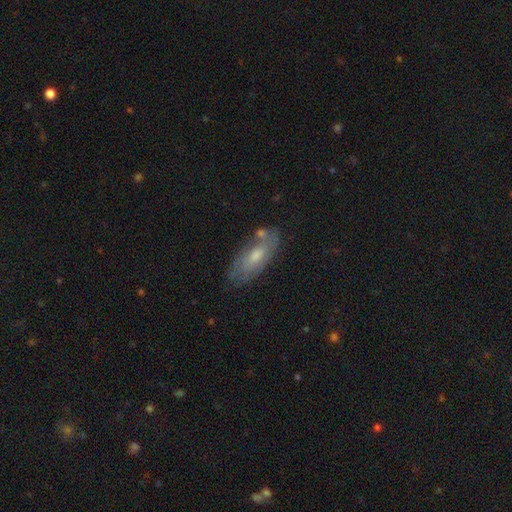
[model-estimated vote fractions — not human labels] smooth-or-featured: smooth: 48% | featured or disk: 44% | star or artifact: 8%
  merging: none: 67% | minor disturbance: 20% | merger: 7% | major disturbance: 6%